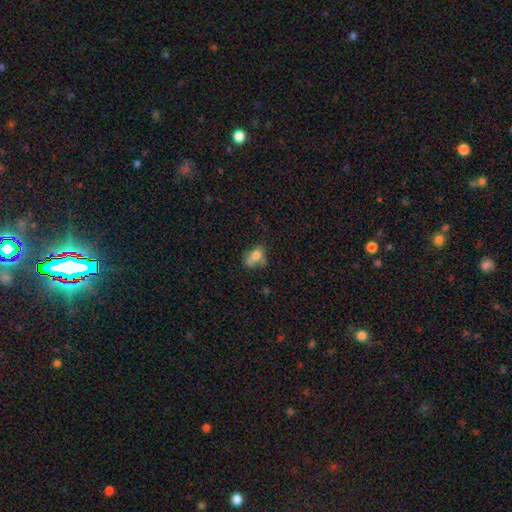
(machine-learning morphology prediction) This appears to be a smooth galaxy with no disk features (72%) that is in between round and cigar-shaped (66%). Merging: none (38%).